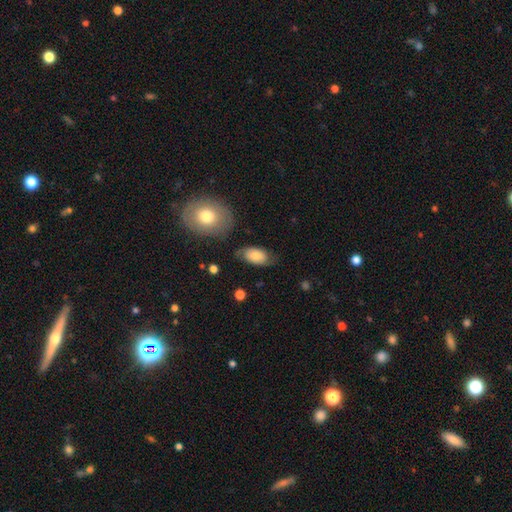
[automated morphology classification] Smooth or featured? Predicted: smooth (p=0.68). How rounded? Predicted: in between (p=0.92). Merging? Predicted: none (p=0.65).